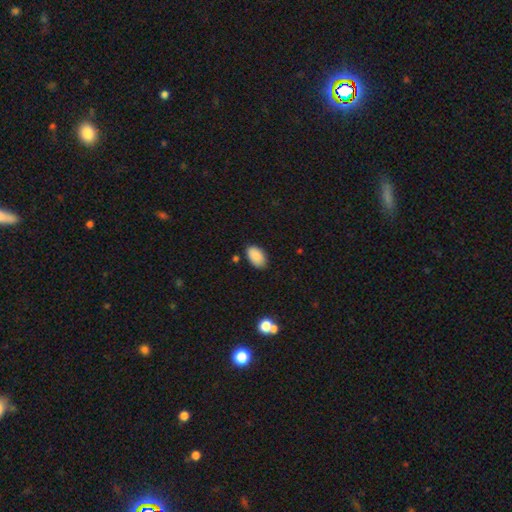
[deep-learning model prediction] Smooth or featured?
  - smooth: 88% *
  - star or artifact: 7%
  - featured or disk: 5%
How rounded?
  - in between: 93% *
  - round: 6%
  - cigar-shaped: 1%
Merging?
  - none: 81% *
  - minor disturbance: 14%
  - major disturbance: 3%
  - merger: 2%